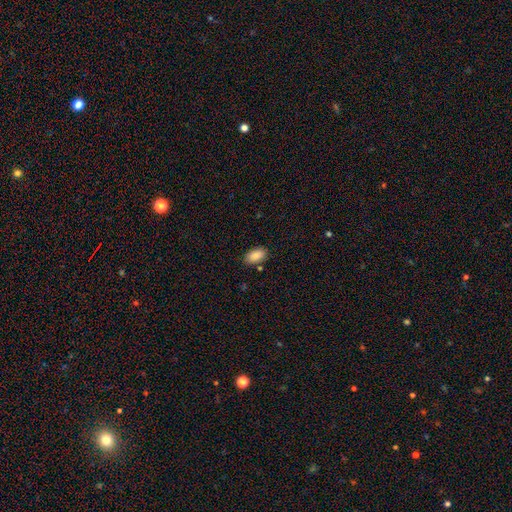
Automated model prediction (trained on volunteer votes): Smooth or featured?
  - smooth: 86% *
  - star or artifact: 7%
  - featured or disk: 6%
How rounded?
  - in between: 93% *
  - round: 4%
  - cigar-shaped: 2%
Merging?
  - none: 84% *
  - minor disturbance: 11%
  - merger: 3%
  - major disturbance: 2%